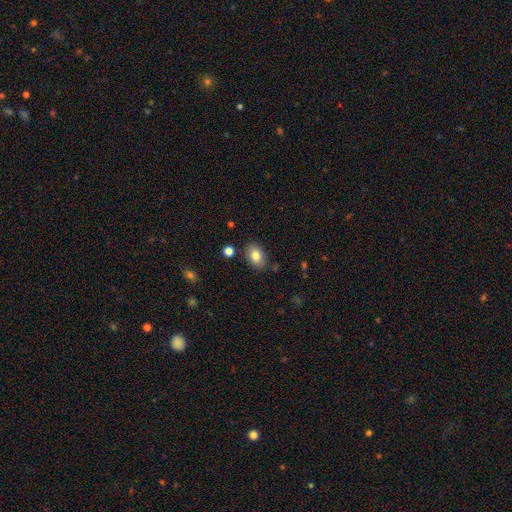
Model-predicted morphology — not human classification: Smooth or featured? smooth (82%)
How rounded? in between (81%)
Merging? none (83%)